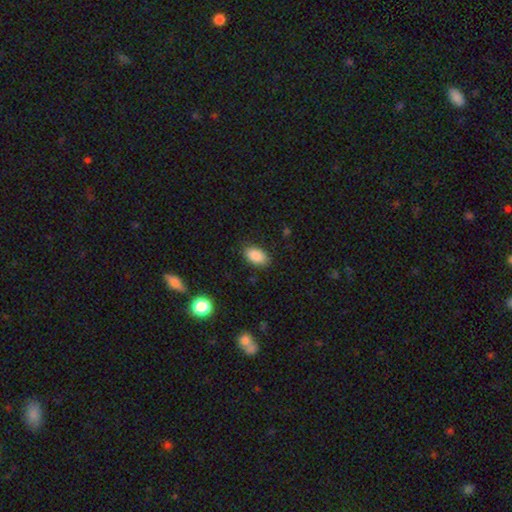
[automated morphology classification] The model was most divided on "merging": none: 85%, minor disturbance: 11%, major disturbance: 3%, merger: 1%. More confident: how rounded — in between (93%); smooth or featured — smooth (88%).